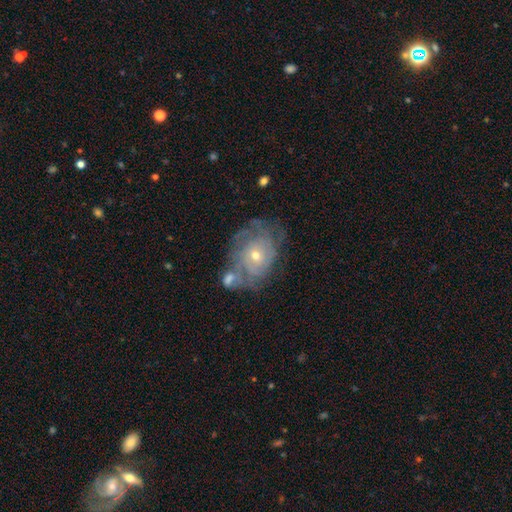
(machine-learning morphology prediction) A featured or disk galaxy (73%) with no bar (80%), tight (70%) spiral arms (81%) and a small central bulge (54%). Merging: none (48%).